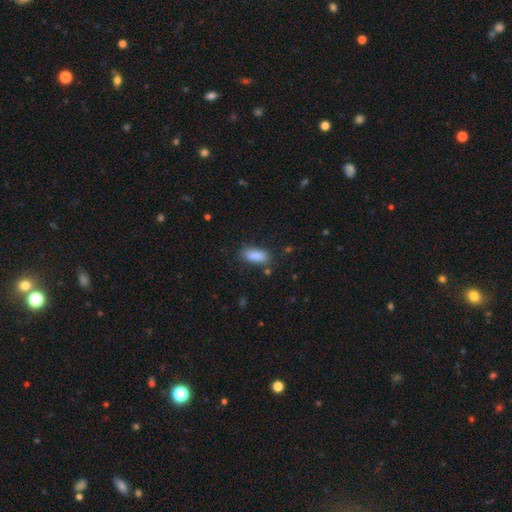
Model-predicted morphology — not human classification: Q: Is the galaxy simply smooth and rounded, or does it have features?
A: smooth — 89%.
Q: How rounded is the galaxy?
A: in between — 83%.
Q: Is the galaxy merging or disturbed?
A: none — 80%.